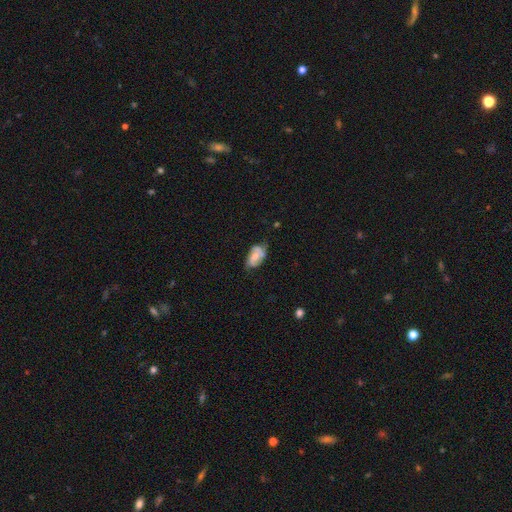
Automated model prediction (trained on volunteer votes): This appears to be a featured or disk galaxy (54%) with no bar (62%), spiral arms (73%) and a moderate central bulge (48%). Merging: none (52%).